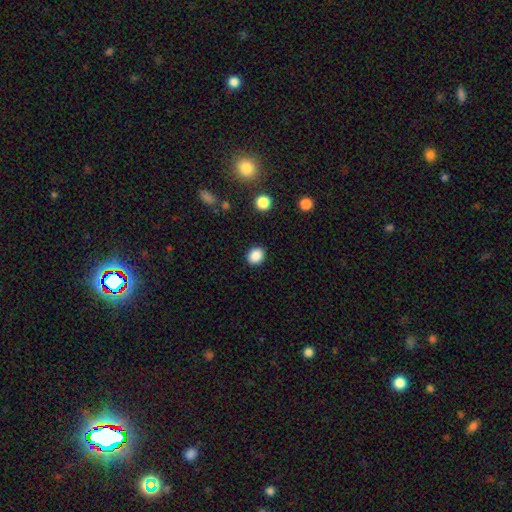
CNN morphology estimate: The model was most divided on "how rounded": round: 58%, in between: 41%, cigar-shaped: 1%. More confident: merging — none (89%); smooth or featured — smooth (87%).